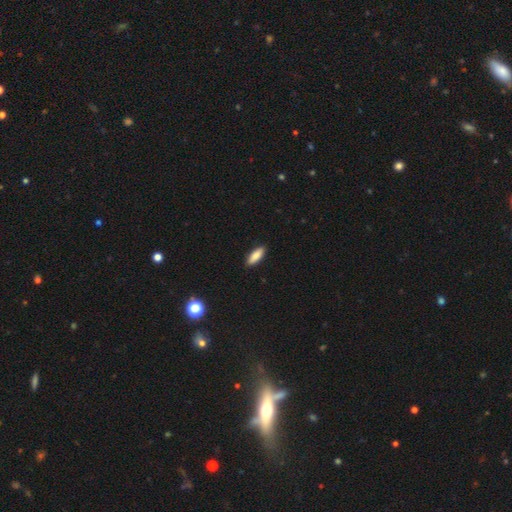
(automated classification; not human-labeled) smooth 86%, featured or disk 8%, star or artifact 6%. Down the decision tree: how rounded — in between (63%); merging — none (90%).